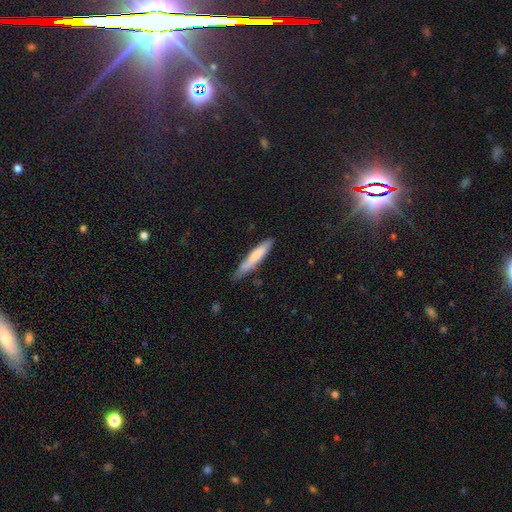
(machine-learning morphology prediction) Smooth or featured?
  - smooth: 72% *
  - featured or disk: 23%
  - star or artifact: 6%
How rounded?
  - cigar-shaped: 89% *
  - in between: 10%
  - round: 1%
Merging?
  - none: 68% *
  - minor disturbance: 26%
  - major disturbance: 4%
  - merger: 2%